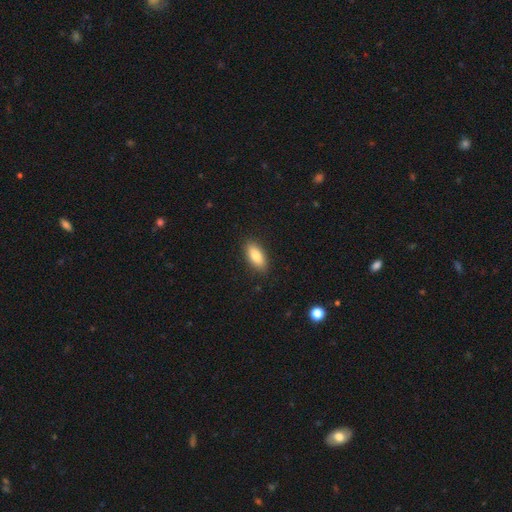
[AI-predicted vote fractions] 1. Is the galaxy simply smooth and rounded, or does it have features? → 83% smooth, 10% featured or disk, 7% star or artifact.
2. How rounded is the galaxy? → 85% in between, 13% cigar-shaped, 2% round.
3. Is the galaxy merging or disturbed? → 88% none, 9% minor disturbance, 2% major disturbance, 1% merger.